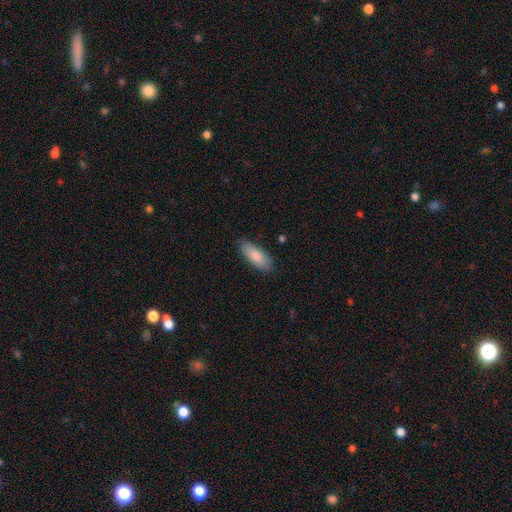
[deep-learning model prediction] smooth-or-featured: smooth: 85% | featured or disk: 10% | star or artifact: 5%
  how-rounded: in between: 76% | cigar-shaped: 23% | round: 2%
  merging: none: 84% | minor disturbance: 13% | major disturbance: 2% | merger: 1%